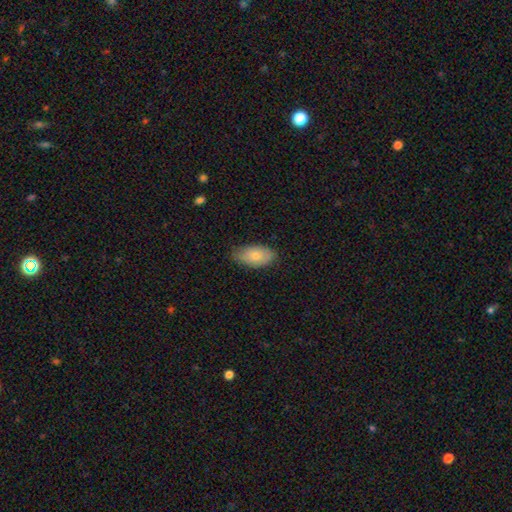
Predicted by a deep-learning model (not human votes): Overall: smooth (78%). How rounded: in between (93%). Merging: none (73%).